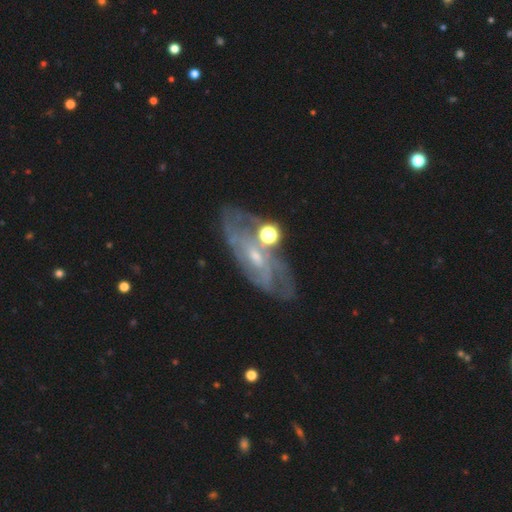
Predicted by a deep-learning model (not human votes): Smooth or featured? Predicted: featured or disk (p=0.78). Edge-on disk? Predicted: no (p=0.89). Bar? Predicted: no (p=0.47). Spiral arms? Predicted: yes (p=0.84). Spiral winding? Predicted: tight (p=0.50). Spiral arm count? Predicted: can't tell (p=0.47). Bulge size? Predicted: small (p=0.65). Merging? Predicted: none (p=0.65).